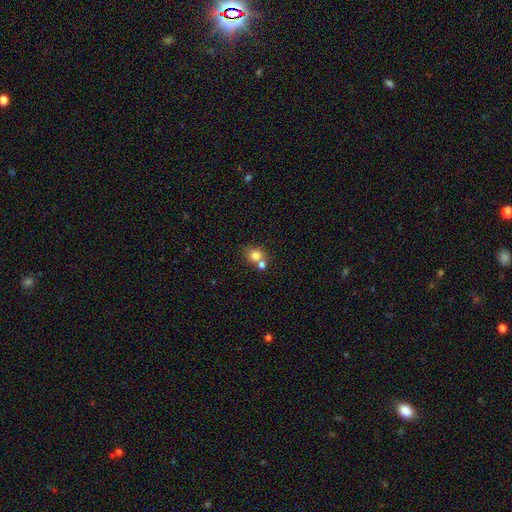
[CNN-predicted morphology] type=smooth (78%); roundness=round (72%); merging=none (46%).